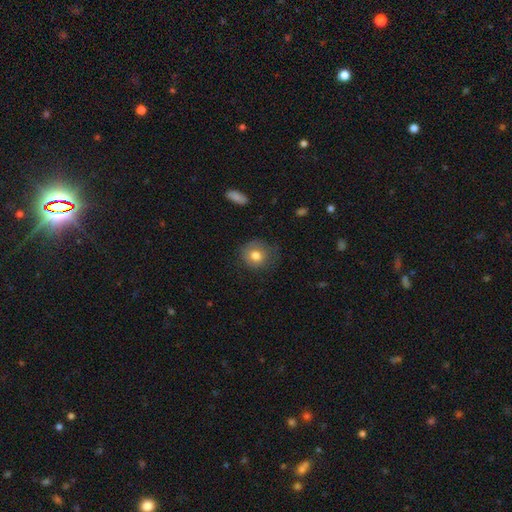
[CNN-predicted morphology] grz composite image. It shows a smooth galaxy with no disk features (76%) that is round (78%). Merging: none (67%).